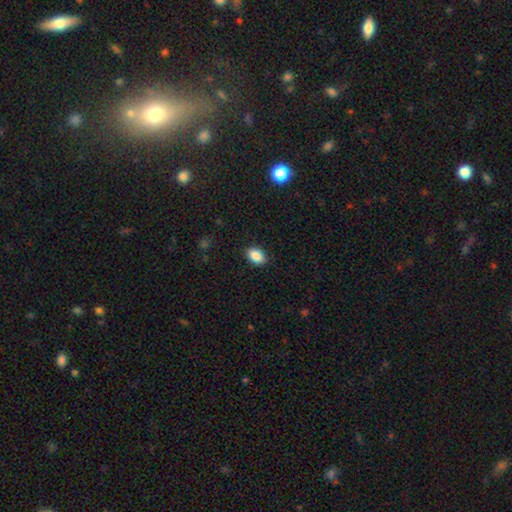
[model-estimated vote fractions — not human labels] Morphology: type=smooth (87%); roundness=in between (83%); merging=none (89%).